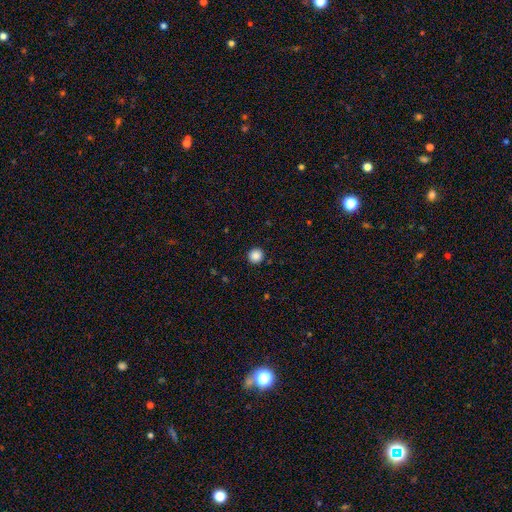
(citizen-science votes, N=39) A smooth galaxy with no disk features (92%) that is round (100%).

Vote fractions:
- Smooth or featured? smooth: 92% / star or artifact: 5% / featured or disk: 3%
- How rounded? round: 100% / in between: 0% / cigar-shaped: 0%
- Merging? none: 97% / minor disturbance: 3% / major disturbance: 0% / merger: 0%